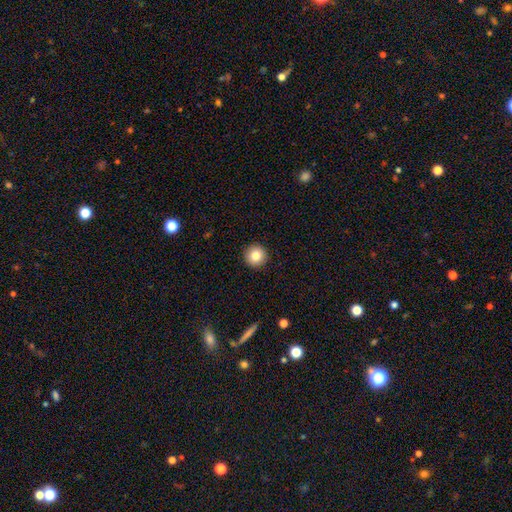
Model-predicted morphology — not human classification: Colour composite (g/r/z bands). It shows a smooth galaxy with no disk features (82%) that is round (96%). Merging: none (93%).